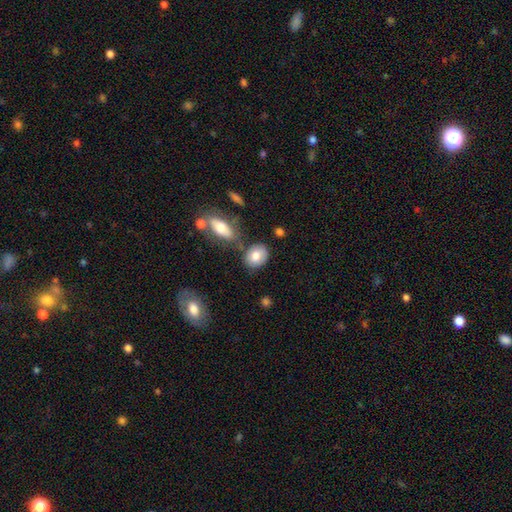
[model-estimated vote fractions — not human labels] This appears to be a smooth galaxy with no disk features (77%) that is in between round and cigar-shaped (55%). Merging: none (69%).